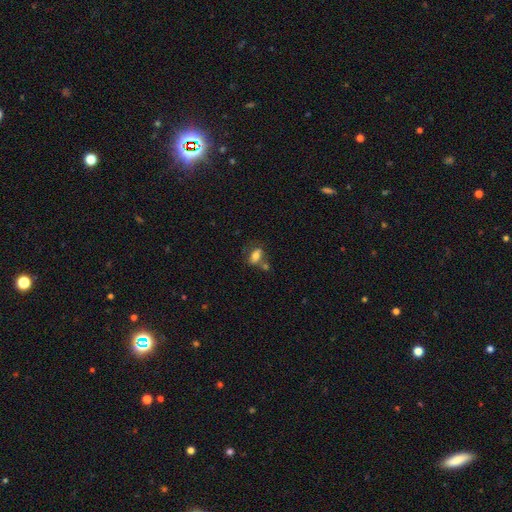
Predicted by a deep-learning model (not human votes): Smooth or featured? smooth (76%)
How rounded? in between (86%)
Merging? none (46%)